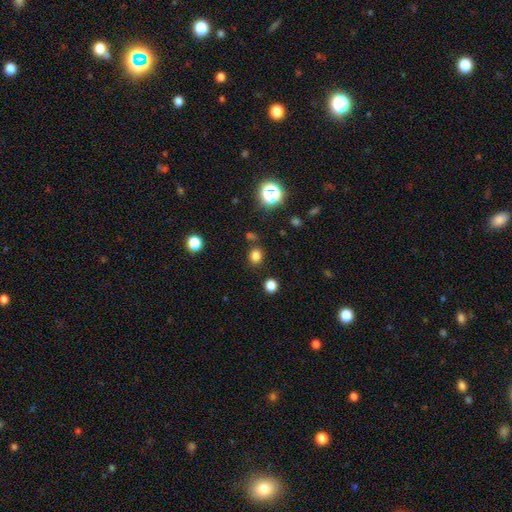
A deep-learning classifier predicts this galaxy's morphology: Smooth or featured: smooth — 78% (star or artifact — 17%)
How rounded: round — 69% (in between — 30%)
Merging: none — 81% (minor disturbance — 10%)